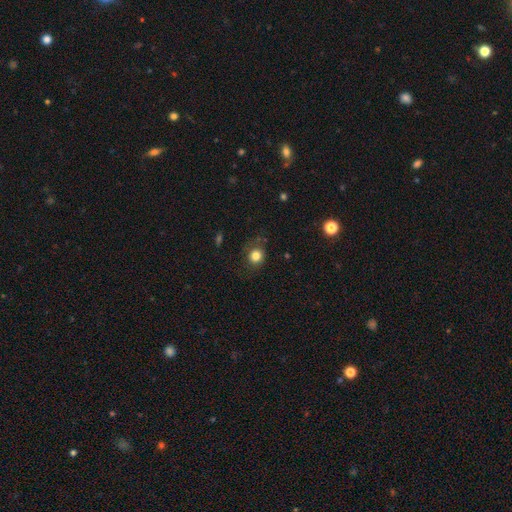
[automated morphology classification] Smooth or featured? Predicted: smooth (p=0.81). How rounded? Predicted: round (p=0.81). Merging? Predicted: none (p=0.76).